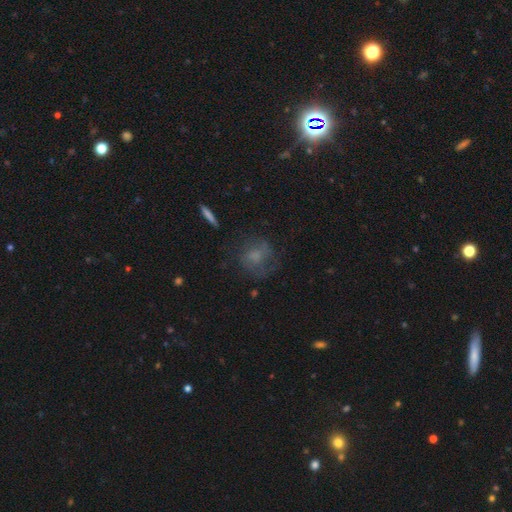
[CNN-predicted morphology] Smooth or featured? Predicted: smooth (p=0.49). Merging? Predicted: none (p=0.55).